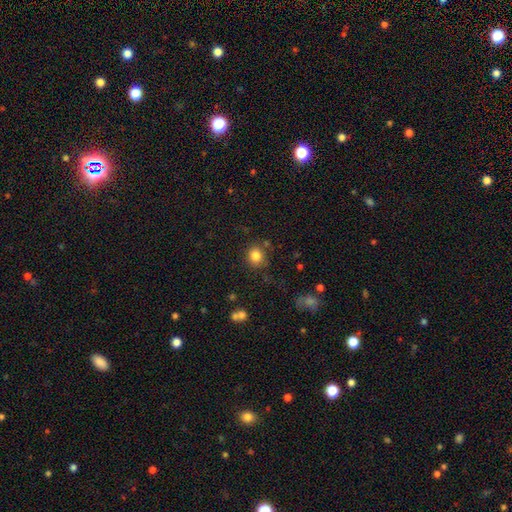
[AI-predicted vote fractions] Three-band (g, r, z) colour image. It shows a smooth galaxy with no disk features (83%) that is round (82%). Merging: none (81%).